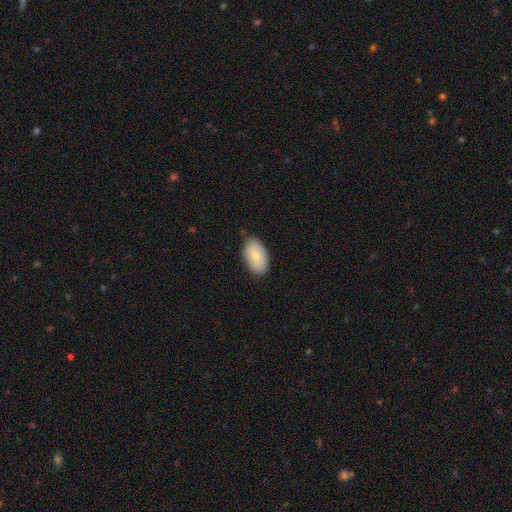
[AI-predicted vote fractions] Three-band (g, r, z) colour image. It shows a smooth galaxy with no disk features (78%) that is in between round and cigar-shaped (93%). Merging: none (83%).